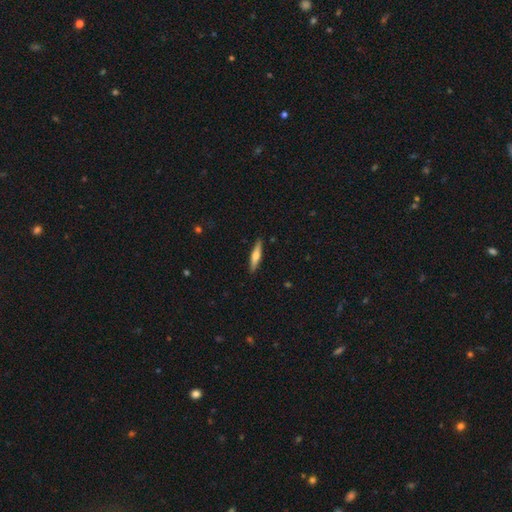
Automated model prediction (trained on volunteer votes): Smooth or featured?
  - smooth: 50% *
  - featured or disk: 45%
  - star or artifact: 5%
Merging?
  - none: 90% *
  - minor disturbance: 7%
  - major disturbance: 1%
  - merger: 1%